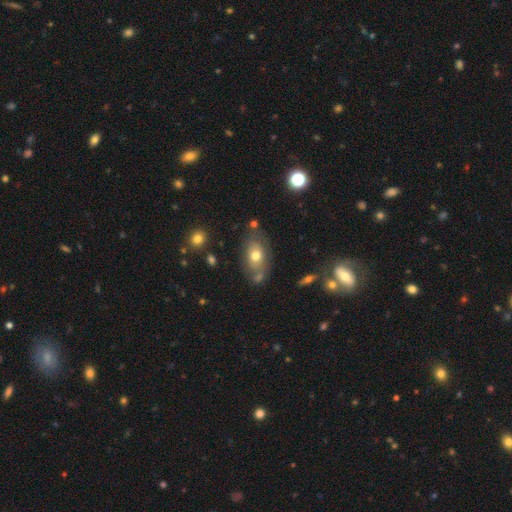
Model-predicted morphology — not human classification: Overall: smooth (69%). How rounded: in between (84%). Merging: none (64%).